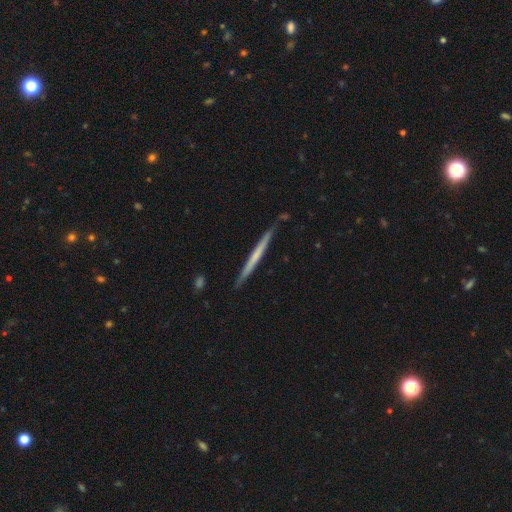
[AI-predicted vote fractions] Q: Smooth or featured?
A: featured or disk (50%); runner-up: smooth (45%)
Q: Merging?
A: none (88%); runner-up: minor disturbance (9%)